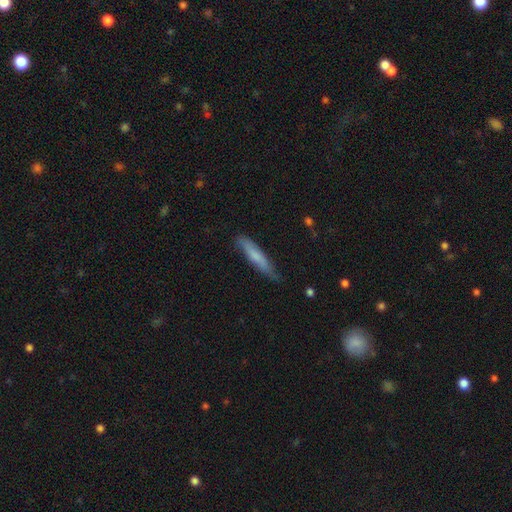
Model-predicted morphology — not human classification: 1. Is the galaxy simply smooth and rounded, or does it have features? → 69% smooth, 25% featured or disk, 6% star or artifact.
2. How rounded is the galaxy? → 89% cigar-shaped, 10% in between, 1% round.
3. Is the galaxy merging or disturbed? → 74% none, 21% minor disturbance, 3% major disturbance, 1% merger.